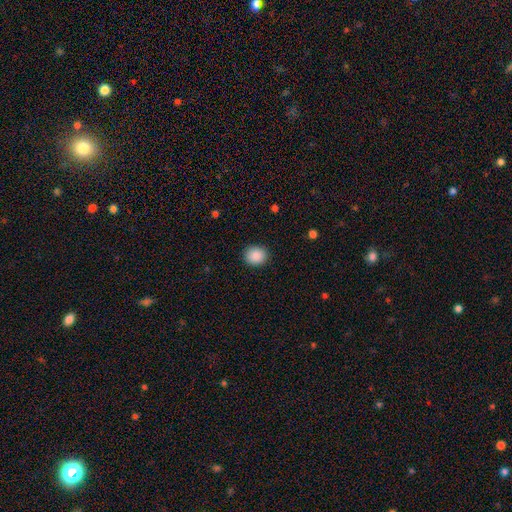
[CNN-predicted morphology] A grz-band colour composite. It shows a smooth galaxy with no disk features (89%) that is round (73%). Merging: none (90%).